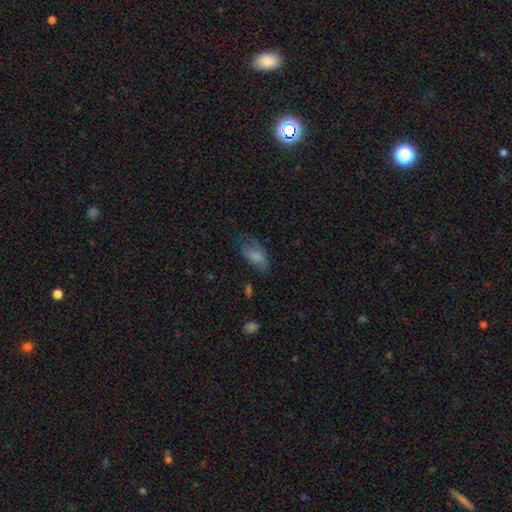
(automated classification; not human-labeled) A smooth galaxy with no disk features (70%) that is in between round and cigar-shaped (89%). Merging: none (44%).